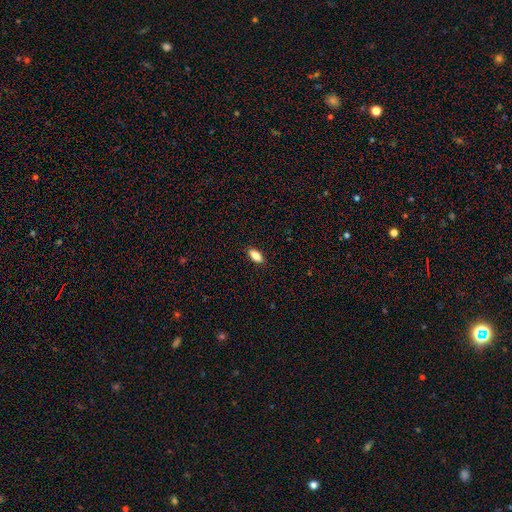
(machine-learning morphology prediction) smooth-or-featured: smooth: 83% | featured or disk: 9% | star or artifact: 8%
  how-rounded: in between: 82% | cigar-shaped: 15% | round: 3%
  merging: none: 88% | minor disturbance: 9% | major disturbance: 2% | merger: 1%